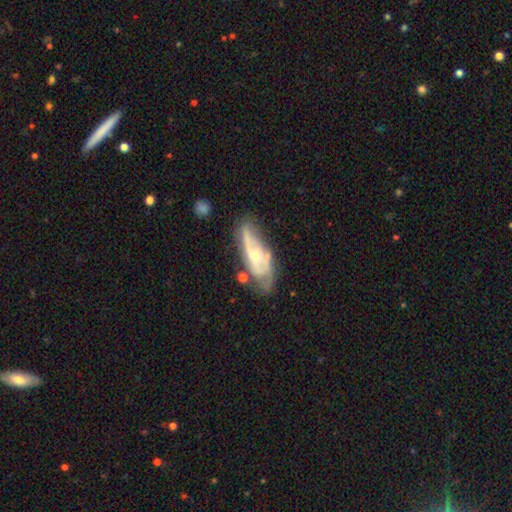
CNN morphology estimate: A featured or disk galaxy (67%) with no bar (68%), spiral arms (74%) and a moderate central bulge (47%).

Vote fractions:
- Smooth or featured? featured or disk: 67% / smooth: 26% / star or artifact: 7%
- Edge-on disk? no: 82% / yes: 18%
- Bar? no: 68% / weak: 26% / strong: 6%
- Spiral arms? yes: 74% / no: 26%
- Bulge size? moderate: 47% / small: 46% / large: 3% / none: 3% / dominant: 1%
- Merging? none: 51% / minor disturbance: 27% / major disturbance: 14% / merger: 7%